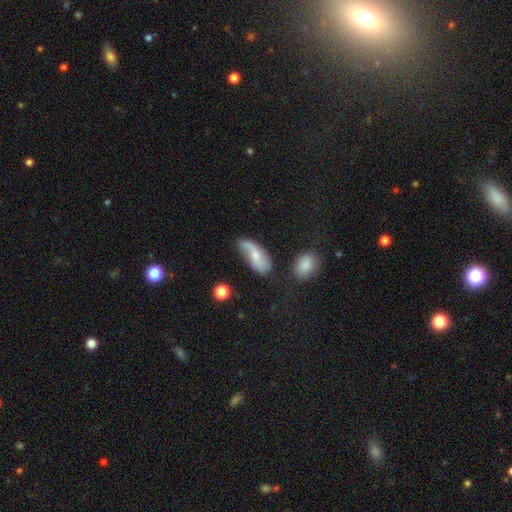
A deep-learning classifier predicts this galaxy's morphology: featured or disk 47%, smooth 46%, star or artifact 7%. Down the decision tree: merging — none (41%).